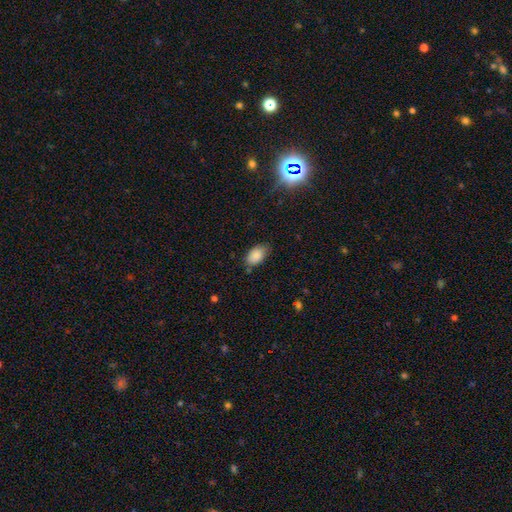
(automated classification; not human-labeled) smooth 87%, star or artifact 8%, featured or disk 5%. Down the decision tree: how rounded — in between (91%); merging — none (73%).